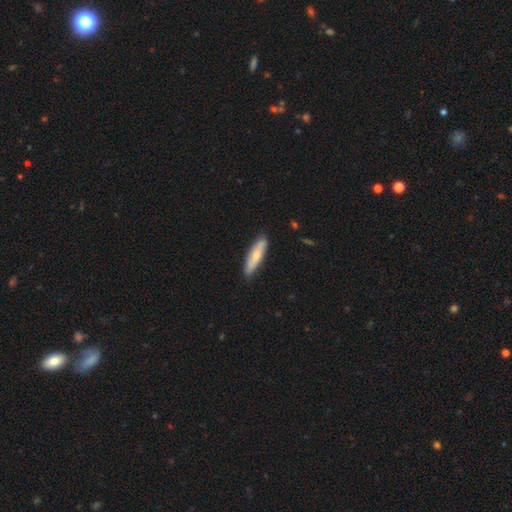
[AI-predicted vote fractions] smooth 64%, featured or disk 31%, star or artifact 5%. Down the decision tree: how rounded — cigar-shaped (74%); merging — none (86%).